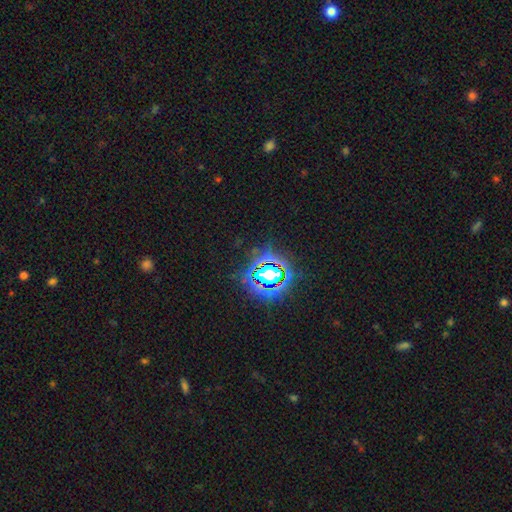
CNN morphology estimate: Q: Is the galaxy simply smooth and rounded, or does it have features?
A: star or artifact — 84%.